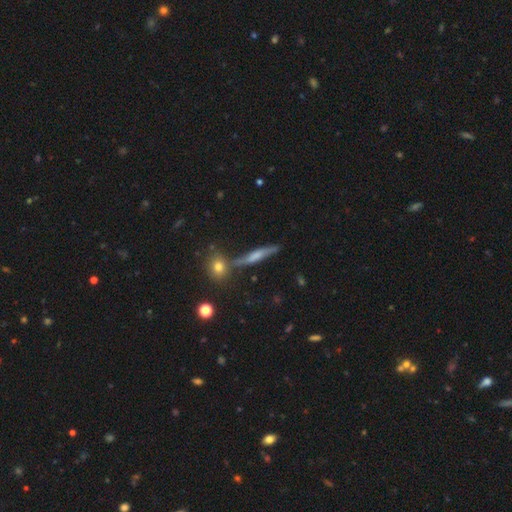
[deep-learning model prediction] A smooth galaxy with no disk features (50%) that is cigar-shaped (84%). Merging: none (71%).